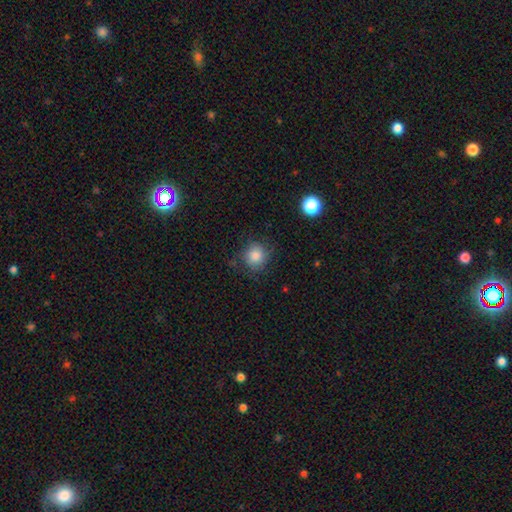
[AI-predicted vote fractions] Smooth or featured? Predicted: smooth (p=0.83). How rounded? Predicted: round (p=0.89). Merging? Predicted: none (p=0.78).